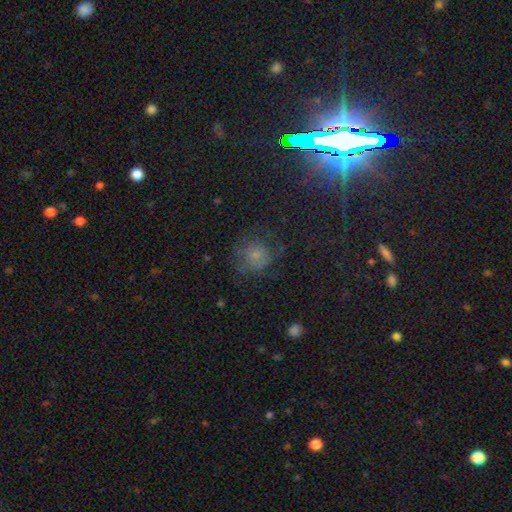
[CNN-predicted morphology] The model was most divided on "smooth or featured": smooth: 62%, star or artifact: 20%, featured or disk: 18%. More confident: how rounded — round (85%); merging — none (65%).